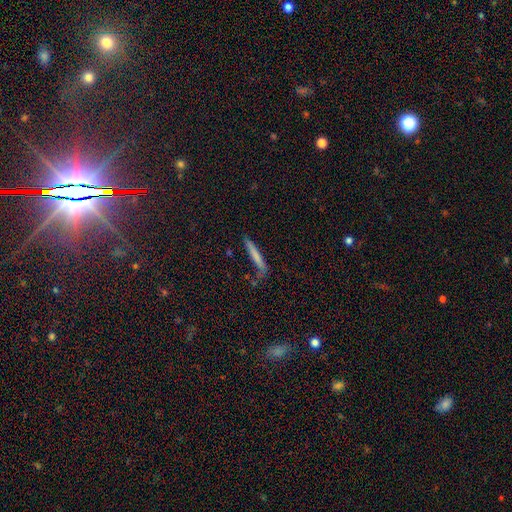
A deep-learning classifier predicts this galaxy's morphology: type=smooth (72%); roundness=cigar-shaped (95%); merging=none (70%).